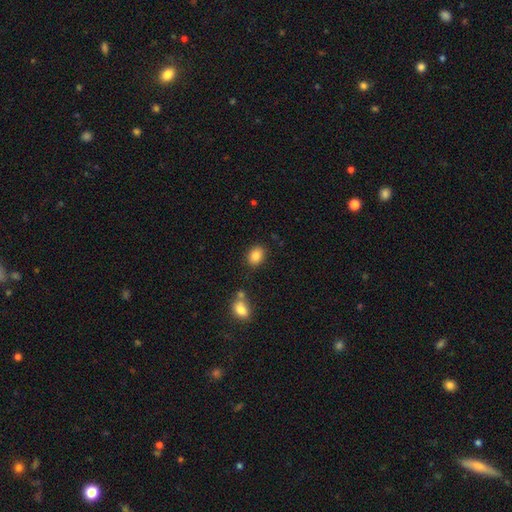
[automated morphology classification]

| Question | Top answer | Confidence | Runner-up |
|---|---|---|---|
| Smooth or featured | smooth | 85% | star or artifact (9%) |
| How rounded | in between | 67% | round (32%) |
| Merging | none | 82% | minor disturbance (10%) |